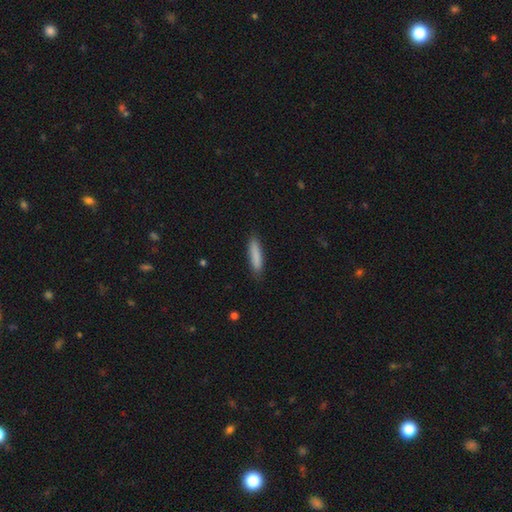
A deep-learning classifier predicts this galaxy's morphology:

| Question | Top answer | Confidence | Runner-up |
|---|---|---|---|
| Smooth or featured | smooth | 86% | featured or disk (8%) |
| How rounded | cigar-shaped | 80% | in between (19%) |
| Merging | none | 86% | minor disturbance (10%) |